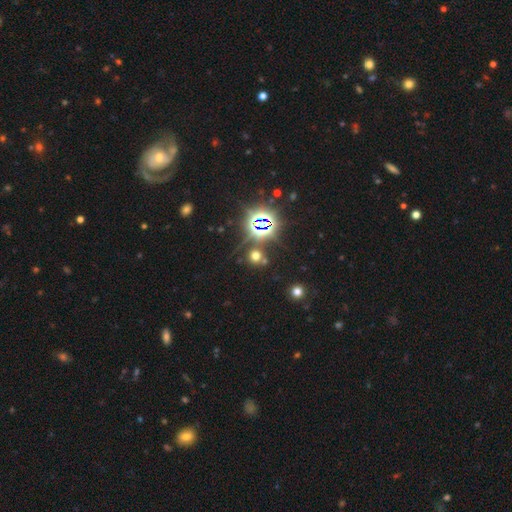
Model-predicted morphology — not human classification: A smooth galaxy with no disk features (47%). Merging: none (75%).